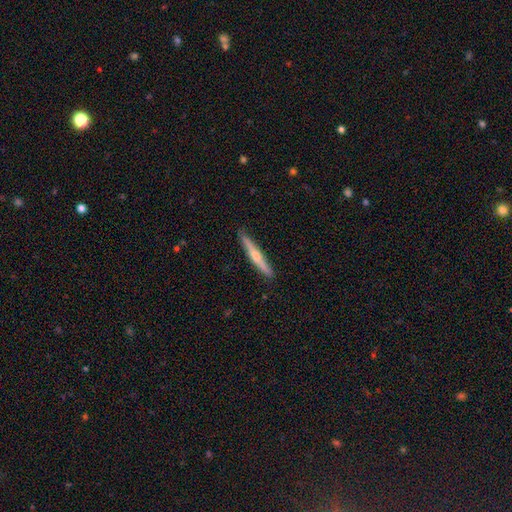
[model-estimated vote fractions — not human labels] featured or disk 59%, smooth 35%, star or artifact 6%. Down the decision tree: edge-on disk — yes (97%); edge-on bulge — rounded (82%); merging — none (90%).